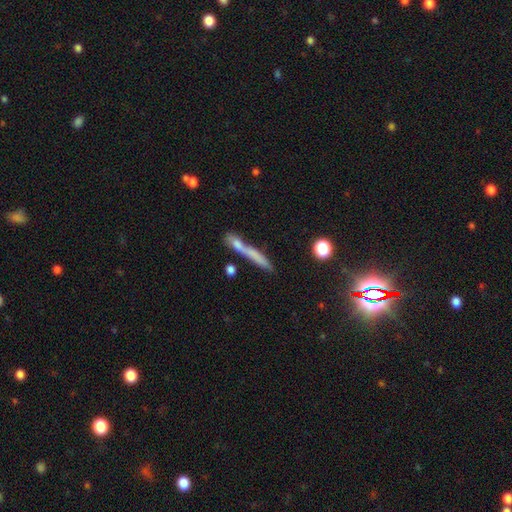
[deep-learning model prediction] Overall: smooth (64%; featured or disk 27%). How rounded: cigar-shaped (86%). Merging: merger (40%, tied with none).